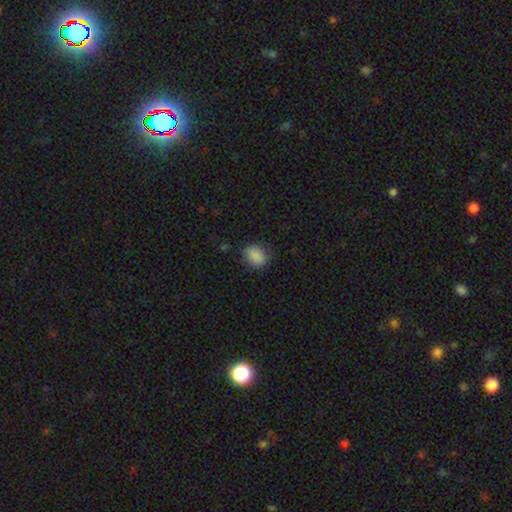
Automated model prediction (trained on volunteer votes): Q: Smooth or featured?
A: smooth (88%); runner-up: star or artifact (9%)
Q: How rounded?
A: in between (51%); runner-up: round (48%)
Q: Merging?
A: none (81%); runner-up: minor disturbance (14%)